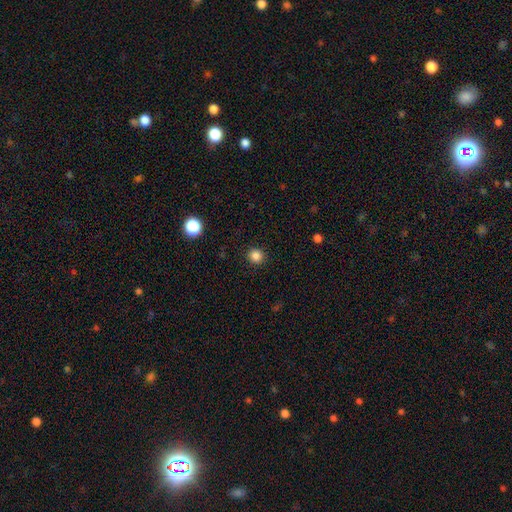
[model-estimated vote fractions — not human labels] Smooth or featured: smooth — 85% (star or artifact — 12%)
How rounded: round — 93% (in between — 6%)
Merging: none — 91% (minor disturbance — 6%)